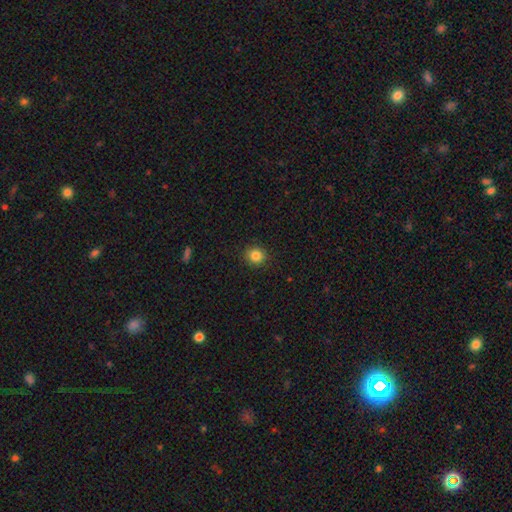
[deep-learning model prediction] A smooth galaxy with no disk features (84%) that is round (88%).

Vote fractions:
- Smooth or featured? smooth: 84% / star or artifact: 11% / featured or disk: 5%
- How rounded? round: 88% / in between: 11% / cigar-shaped: 1%
- Merging? none: 91% / minor disturbance: 6% / major disturbance: 2% / merger: 1%